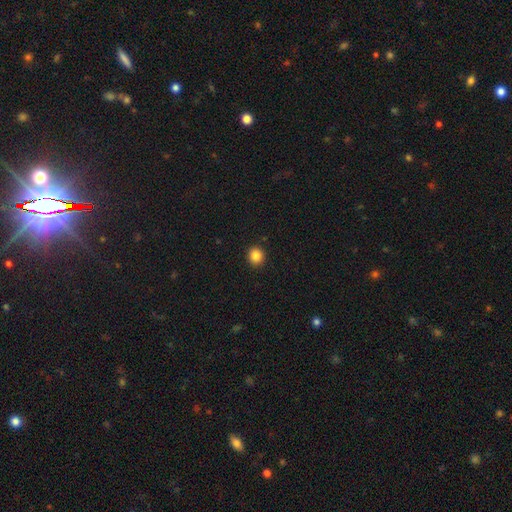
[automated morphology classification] smooth_or_featured: smooth (p=0.86) [alt: star or artifact p=0.11]
how_rounded: round (p=0.88) [alt: in between p=0.11]
merging: none (p=0.92) [alt: minor disturbance p=0.05]